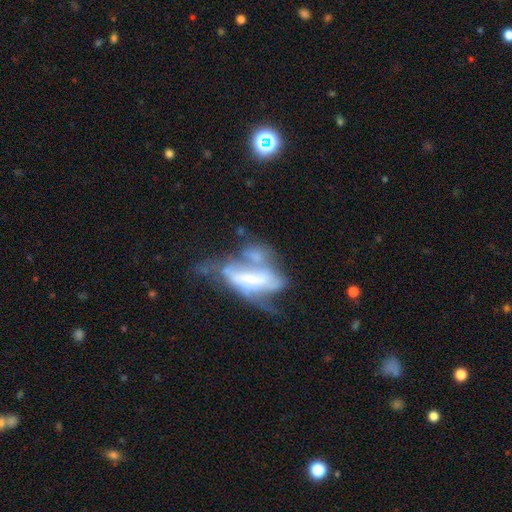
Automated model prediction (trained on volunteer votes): featured or disk 62%, smooth 28%, star or artifact 10%. Down the decision tree: edge-on disk — no (82%); bar — no (47%); spiral arms — no (63%); bulge size — small (33%); merging — merger (35%).